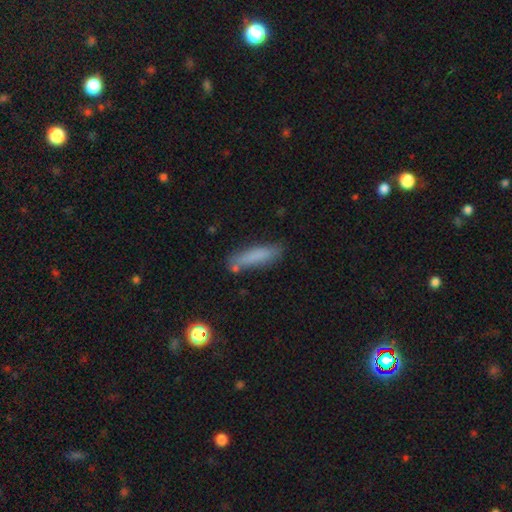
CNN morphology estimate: Smooth or featured?
  - smooth: 79% *
  - featured or disk: 12%
  - star or artifact: 8%
How rounded?
  - cigar-shaped: 76% *
  - in between: 22%
  - round: 2%
Merging?
  - none: 73% *
  - minor disturbance: 18%
  - merger: 5%
  - major disturbance: 4%